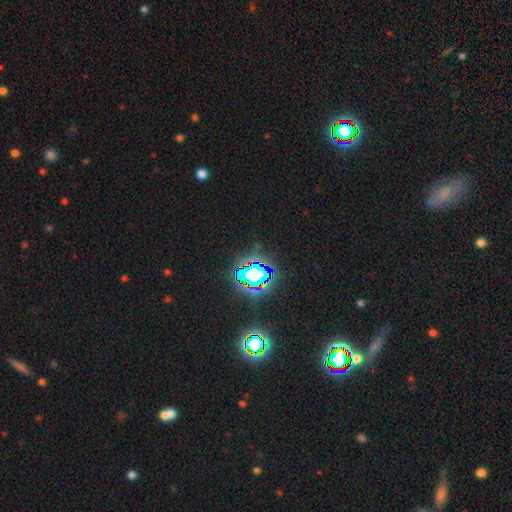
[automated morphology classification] type=star or artifact (83%).